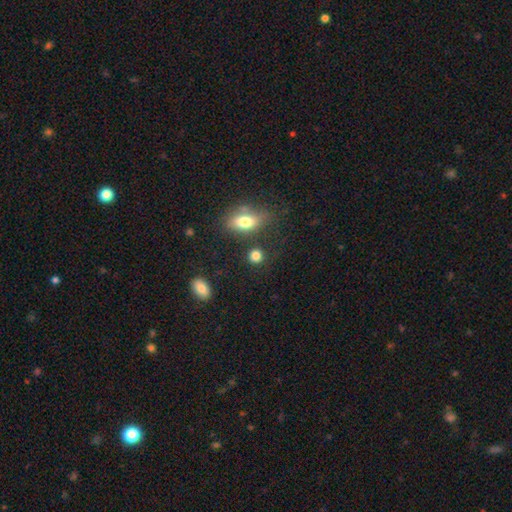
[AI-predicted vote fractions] This is clearly a smooth galaxy (83%). How rounded: likely round (79%). Merging: likely none (78%).